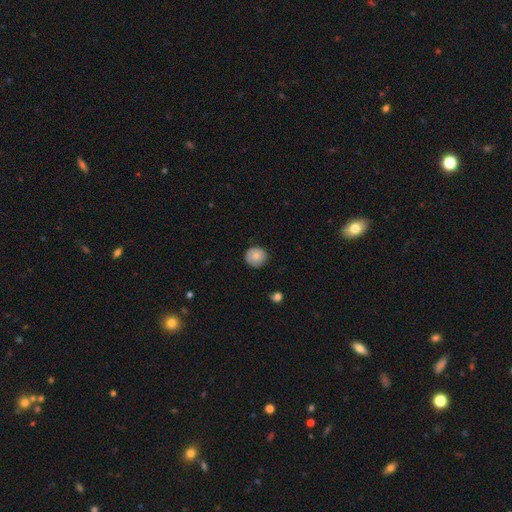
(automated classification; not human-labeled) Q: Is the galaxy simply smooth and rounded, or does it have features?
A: smooth — 80%.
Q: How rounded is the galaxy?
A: round — 91%.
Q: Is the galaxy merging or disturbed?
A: none — 84%.